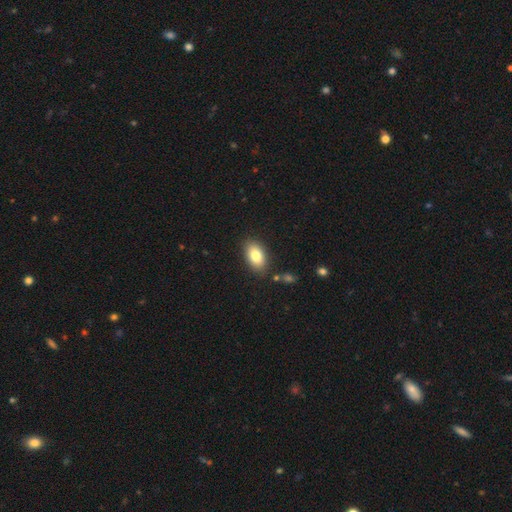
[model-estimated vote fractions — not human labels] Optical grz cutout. It shows a smooth galaxy with no disk features (82%) that is in between round and cigar-shaped (91%). Merging: none (85%).